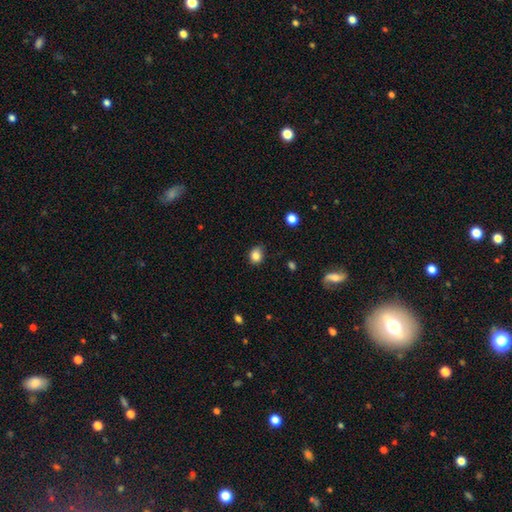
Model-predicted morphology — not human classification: Q: Smooth or featured?
A: smooth (84%); runner-up: star or artifact (11%)
Q: How rounded?
A: round (58%); runner-up: in between (41%)
Q: Merging?
A: none (71%); runner-up: minor disturbance (23%)